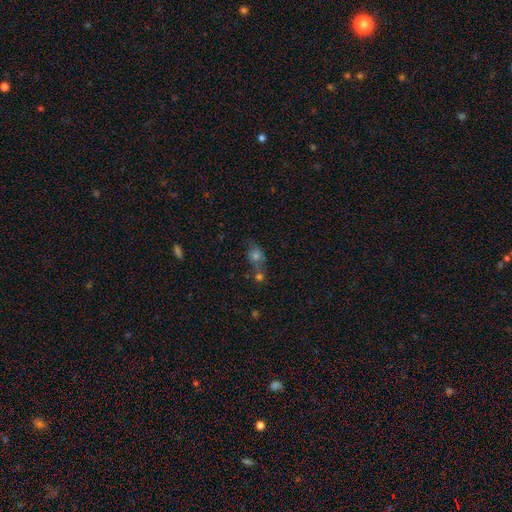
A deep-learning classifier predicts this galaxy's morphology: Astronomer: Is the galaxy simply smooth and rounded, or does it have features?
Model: smooth — 62%.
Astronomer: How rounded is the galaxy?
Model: round — 57% (runner-up: in between, 40%).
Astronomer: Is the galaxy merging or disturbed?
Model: none — 41% (runner-up: merger, 36%).